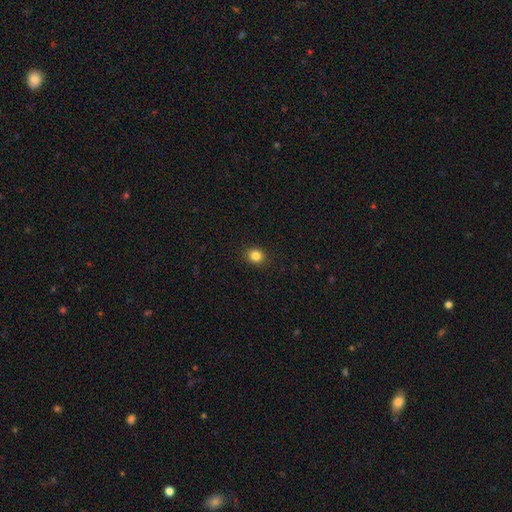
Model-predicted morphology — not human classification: Smooth or featured?
  - smooth: 84% *
  - star or artifact: 11%
  - featured or disk: 4%
How rounded?
  - round: 75% *
  - in between: 24%
  - cigar-shaped: 1%
Merging?
  - none: 91% *
  - minor disturbance: 6%
  - major disturbance: 2%
  - merger: 1%